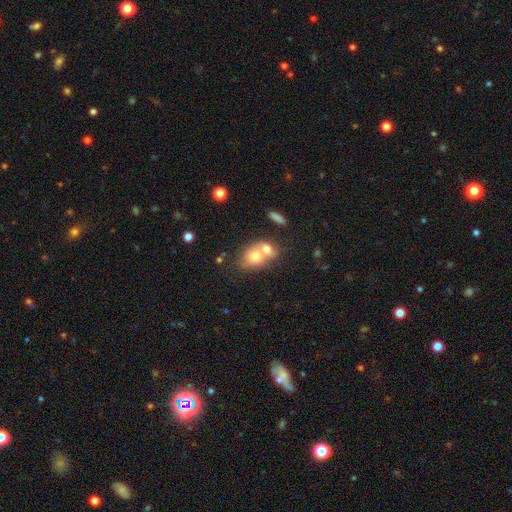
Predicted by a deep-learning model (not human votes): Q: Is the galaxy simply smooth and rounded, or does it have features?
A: smooth — 69%.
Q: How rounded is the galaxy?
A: in between — 58%.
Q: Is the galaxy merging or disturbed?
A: merger — 66%.